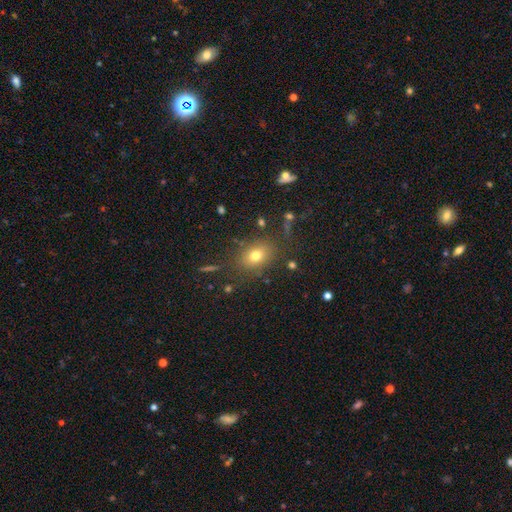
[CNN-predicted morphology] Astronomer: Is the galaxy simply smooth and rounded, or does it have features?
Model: smooth — 74%.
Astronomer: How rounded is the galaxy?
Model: in between — 60% (runner-up: round, 39%).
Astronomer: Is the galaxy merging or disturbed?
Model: none — 81%.